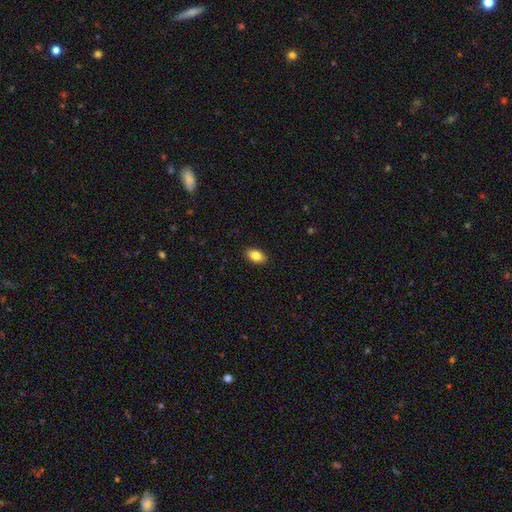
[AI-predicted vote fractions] smooth_or_featured: smooth (p=0.85) [alt: featured or disk p=0.08]
how_rounded: in between (p=0.92) [alt: round p=0.06]
merging: none (p=0.90) [alt: minor disturbance p=0.07]